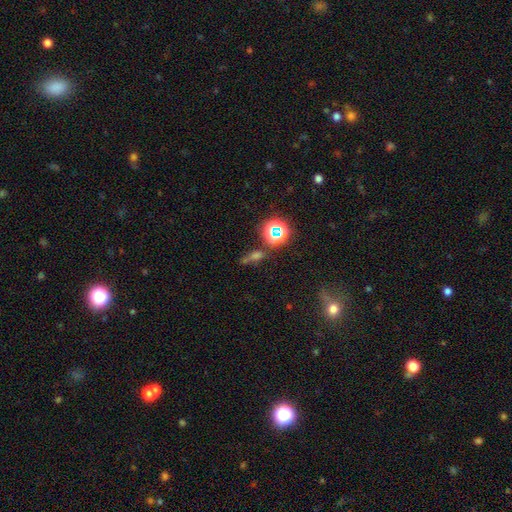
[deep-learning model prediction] Smooth or featured?
  - star or artifact: 46% *
  - smooth: 35%
  - featured or disk: 20%